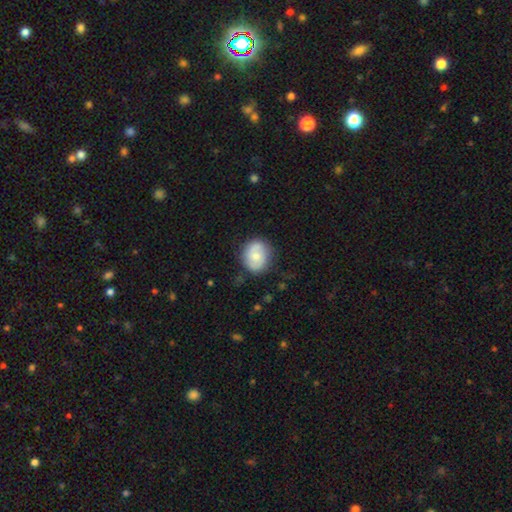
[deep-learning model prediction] smooth_or_featured: featured or disk (p=0.48) [alt: smooth p=0.45]
merging: none (p=0.78) [alt: minor disturbance p=0.16]